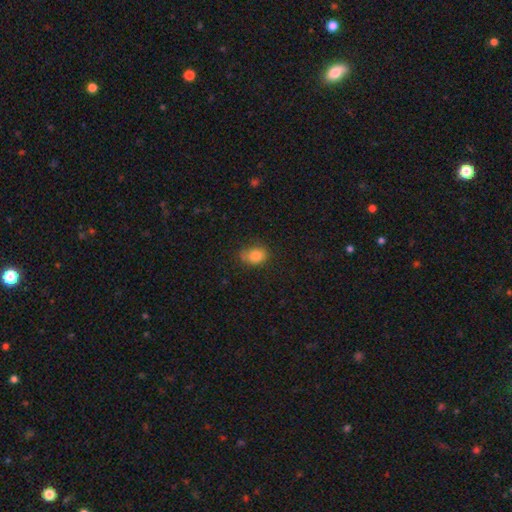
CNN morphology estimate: smooth_or_featured: smooth (p=0.83) [alt: star or artifact p=0.10]
how_rounded: in between (p=0.58) [alt: round p=0.41]
merging: none (p=0.67) [alt: minor disturbance p=0.25]